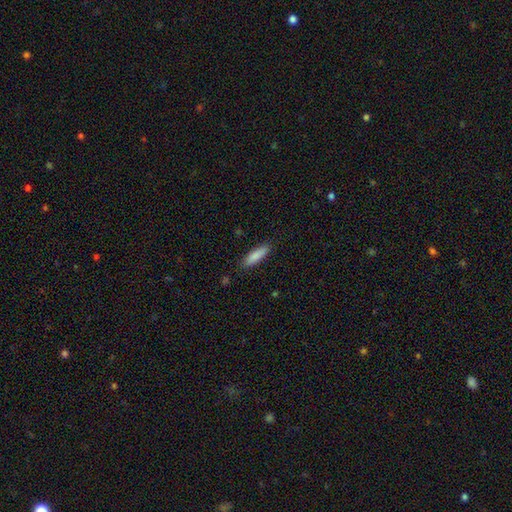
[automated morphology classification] The model was most divided on "how rounded": cigar-shaped: 66%, in between: 32%, round: 1%. More confident: merging — none (87%); smooth or featured — smooth (86%).